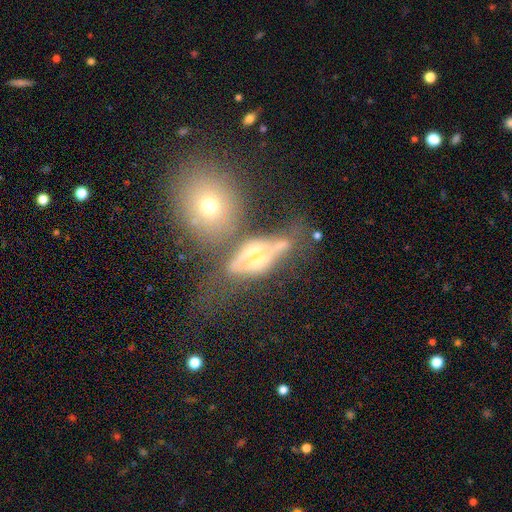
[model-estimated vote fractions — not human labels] This is likely a featured or disk galaxy (69%). It is possibly viewed edge-on (59%). Merging: marginally none (31%).